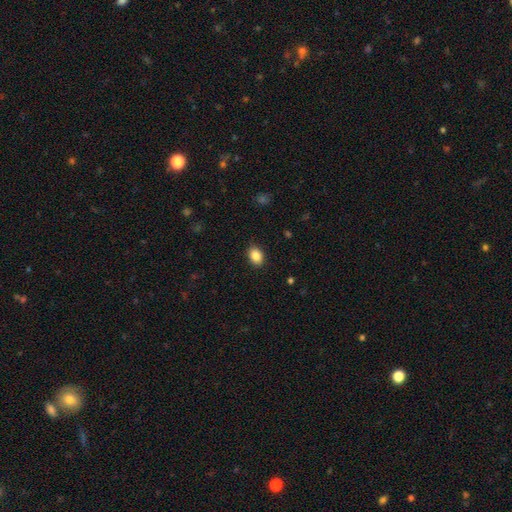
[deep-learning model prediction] Smooth or featured? Predicted: smooth (p=0.87). How rounded? Predicted: in between (p=0.78). Merging? Predicted: none (p=0.88).